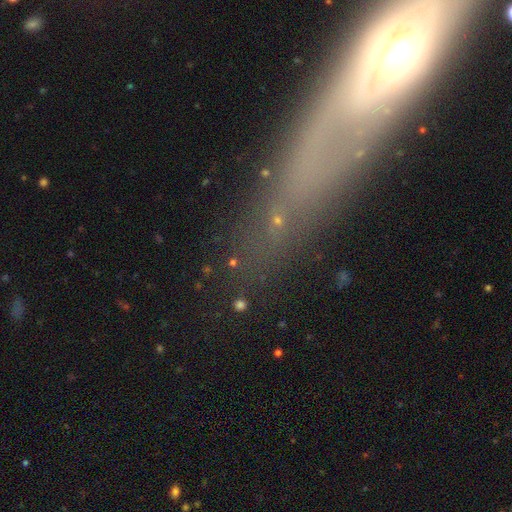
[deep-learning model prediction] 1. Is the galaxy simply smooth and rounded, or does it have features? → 44% featured or disk, 30% smooth, 27% star or artifact.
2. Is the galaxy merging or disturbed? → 69% none, 14% minor disturbance, 11% major disturbance, 6% merger.